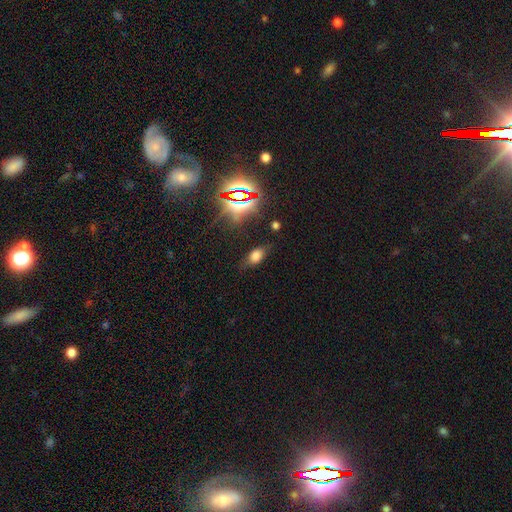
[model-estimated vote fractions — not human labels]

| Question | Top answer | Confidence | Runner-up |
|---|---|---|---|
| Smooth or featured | smooth | 65% | star or artifact (22%) |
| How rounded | in between | 84% | round (11%) |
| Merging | none | 71% | minor disturbance (20%) |